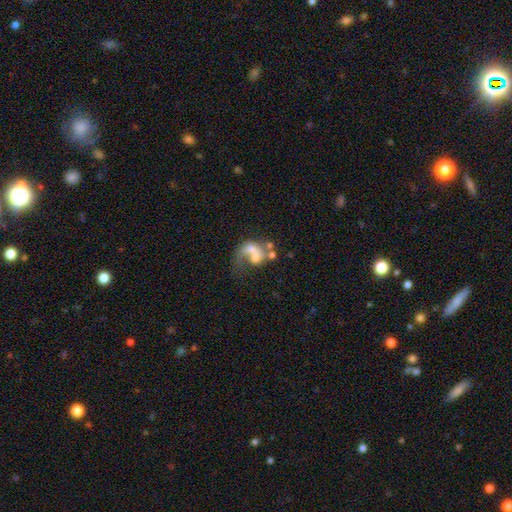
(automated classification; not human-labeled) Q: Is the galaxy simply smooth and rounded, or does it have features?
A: featured or disk — 56%.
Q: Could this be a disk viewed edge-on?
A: no — 98%.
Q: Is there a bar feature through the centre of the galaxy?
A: no — 75%.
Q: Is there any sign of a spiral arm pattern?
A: yes — 56%.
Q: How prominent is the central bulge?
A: none — 32%.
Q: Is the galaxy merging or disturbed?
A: major disturbance — 36%.